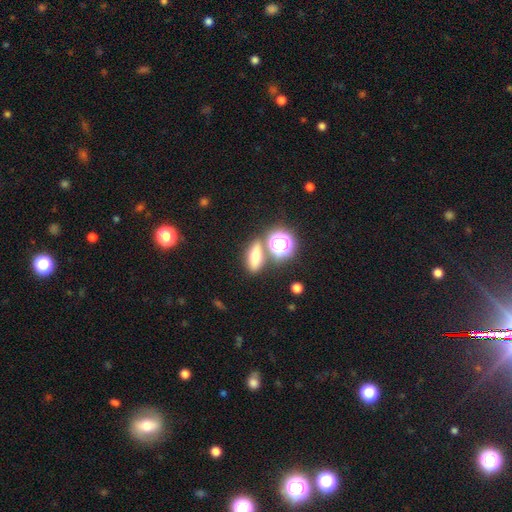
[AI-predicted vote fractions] A smooth galaxy with no disk features (61%) that is in between round and cigar-shaped (50%). Merging: none (73%).